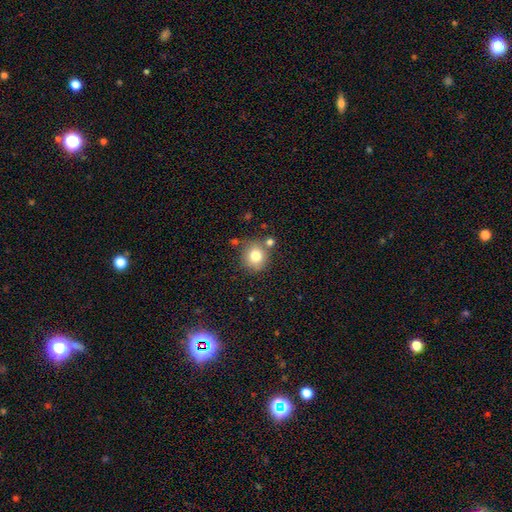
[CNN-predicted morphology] Smooth or featured? smooth (79%)
How rounded? round (86%)
Merging? none (74%)